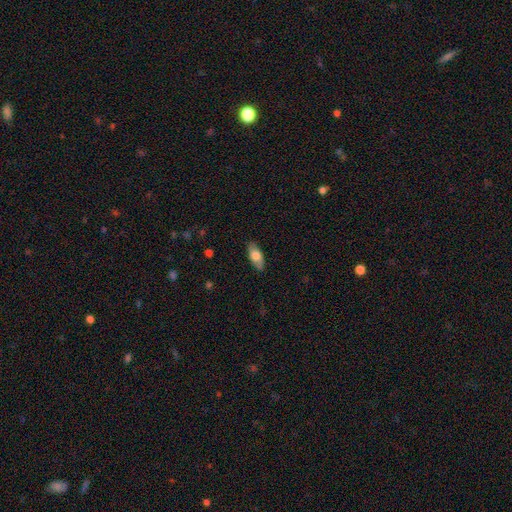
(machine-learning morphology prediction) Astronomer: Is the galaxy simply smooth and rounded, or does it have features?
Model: smooth — 67%.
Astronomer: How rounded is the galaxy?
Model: in between — 85%.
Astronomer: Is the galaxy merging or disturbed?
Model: none — 85%.